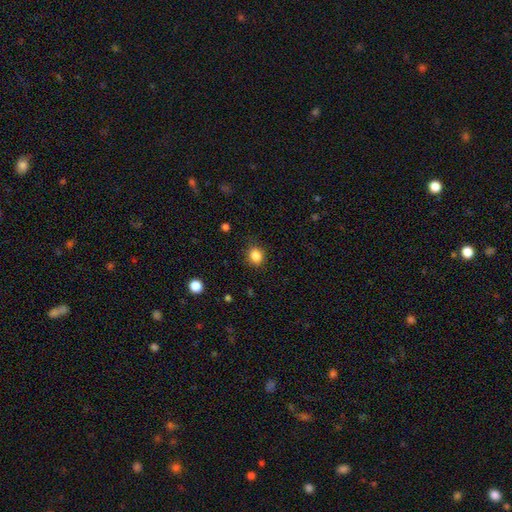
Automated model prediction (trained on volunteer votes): smooth 85%, star or artifact 11%, featured or disk 4%. Down the decision tree: how rounded — round (68%); merging — none (85%).